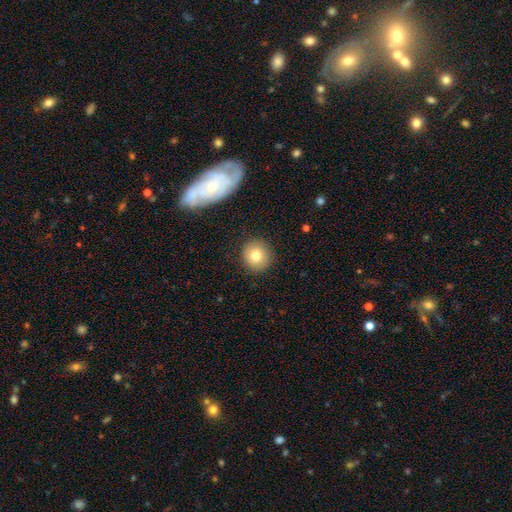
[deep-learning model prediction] This appears to be a smooth galaxy with no disk features (78%) that is round (91%). Merging: none (89%).